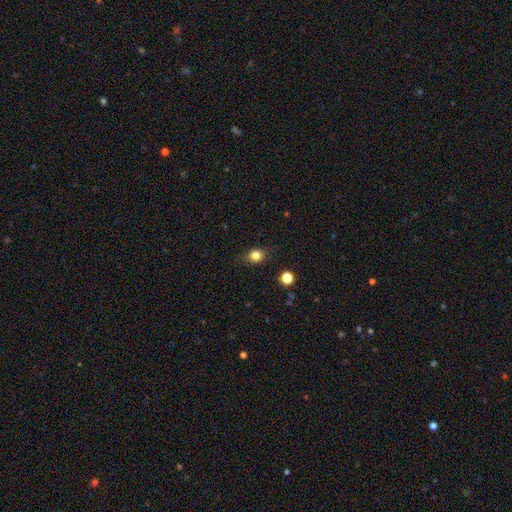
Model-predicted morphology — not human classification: A smooth galaxy with no disk features (81%) that is round (60%). Merging: none (83%).